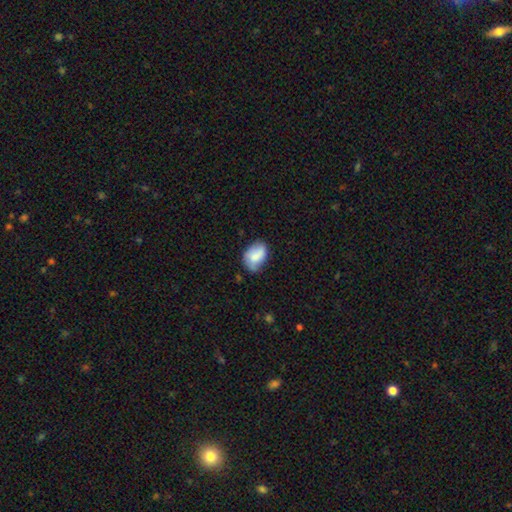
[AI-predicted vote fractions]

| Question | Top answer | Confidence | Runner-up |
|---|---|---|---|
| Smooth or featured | smooth | 74% | featured or disk (18%) |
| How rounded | in between | 81% | round (18%) |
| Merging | none | 53% | minor disturbance (35%) |